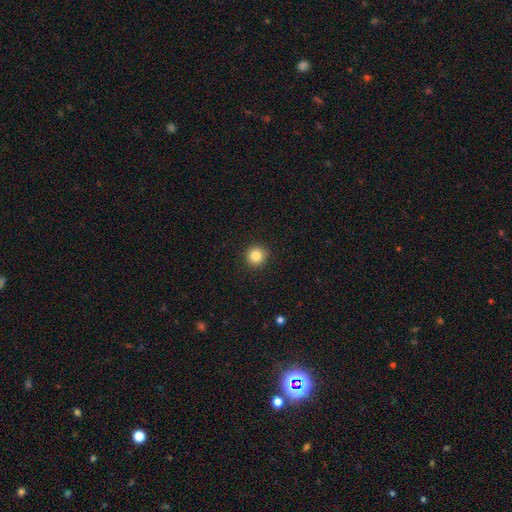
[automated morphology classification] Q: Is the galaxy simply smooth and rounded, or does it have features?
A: smooth — 84%.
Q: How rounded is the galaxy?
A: round — 94%.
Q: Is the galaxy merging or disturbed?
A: none — 92%.